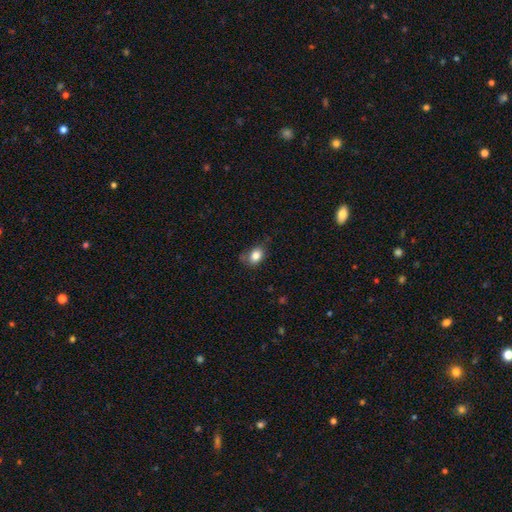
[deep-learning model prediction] Morphology: type=smooth (83%); roundness=in between (66%); merging=none (63%).